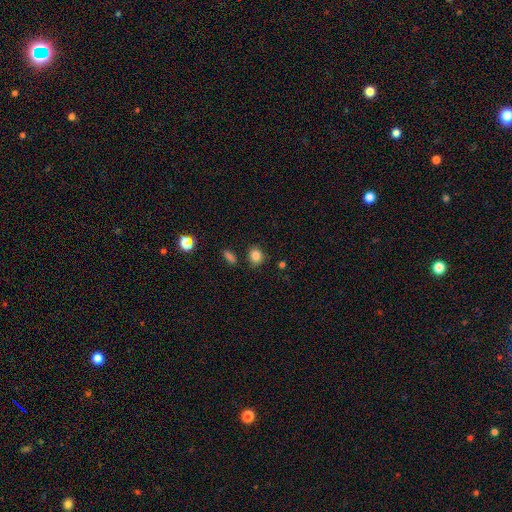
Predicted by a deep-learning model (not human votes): Morphology: type=smooth (84%); roundness=round (74%); merging=none (84%).